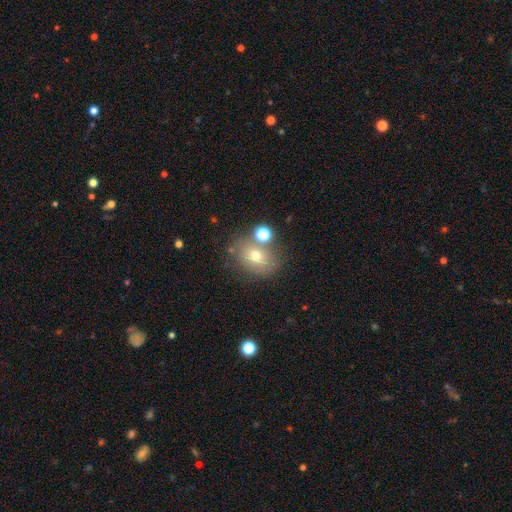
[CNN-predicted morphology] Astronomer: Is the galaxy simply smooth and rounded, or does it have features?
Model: smooth — 67%.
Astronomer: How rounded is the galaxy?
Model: in between — 54% (runner-up: round, 45%).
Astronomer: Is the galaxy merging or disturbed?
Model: none — 65%.